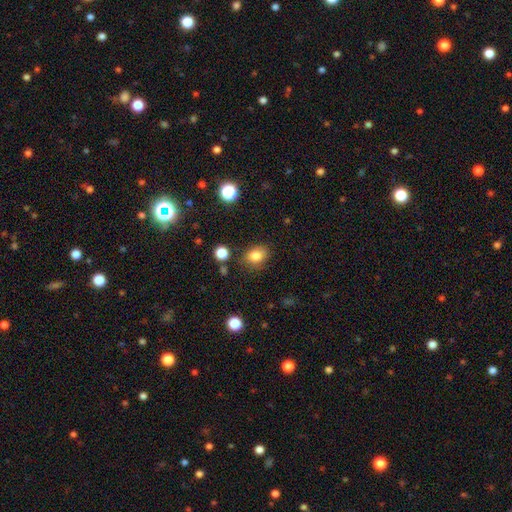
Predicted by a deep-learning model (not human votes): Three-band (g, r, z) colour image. It shows a smooth galaxy with no disk features (82%) that is in between round and cigar-shaped (58%). Merging: none (80%).